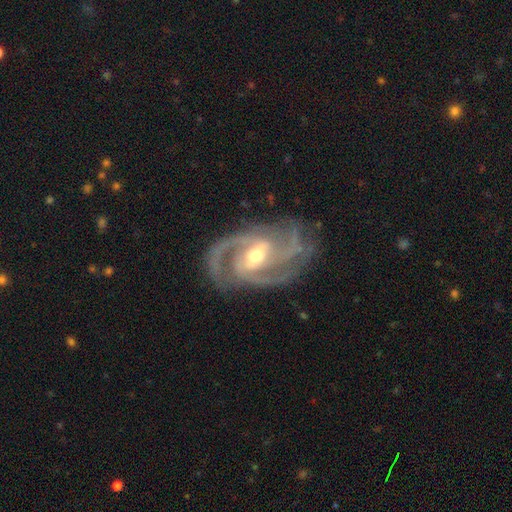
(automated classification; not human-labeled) smooth_or_featured: featured or disk (p=0.92) [alt: star or artifact p=0.05]
disk_edge_on: no (p=0.97) [alt: yes p=0.03]
bar: weak (p=0.43) [alt: strong p=0.32]
has_spiral_arms: yes (p=0.98) [alt: no p=0.02]
spiral_winding: tight (p=0.46) [alt: medium p=0.45]
spiral_arm_count: 3 (p=0.39) [alt: 2 p=0.32]
bulge_size: moderate (p=0.60) [alt: small p=0.34]
merging: none (p=0.78) [alt: minor disturbance p=0.15]